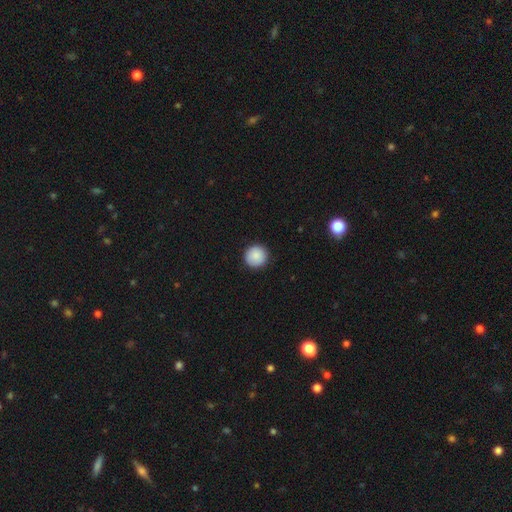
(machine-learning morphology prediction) This is clearly a smooth galaxy (88%). How rounded: clearly round (96%). Merging: clearly none (91%).